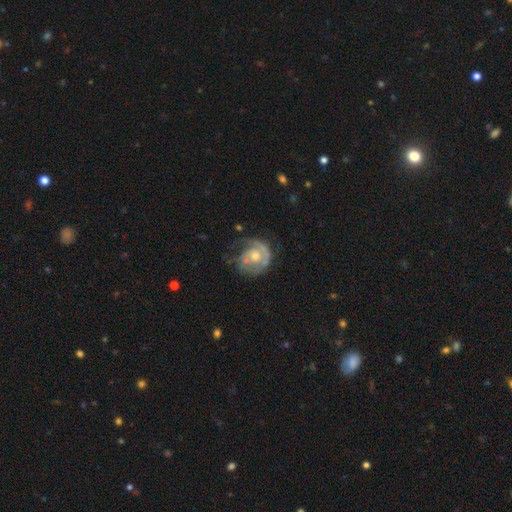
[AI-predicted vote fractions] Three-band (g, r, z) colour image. It shows a featured or disk galaxy (70%) with no bar (79%), 1 (59%) tight (51%) spiral arms (77%) and a moderate central bulge (60%). Merging: none (46%).